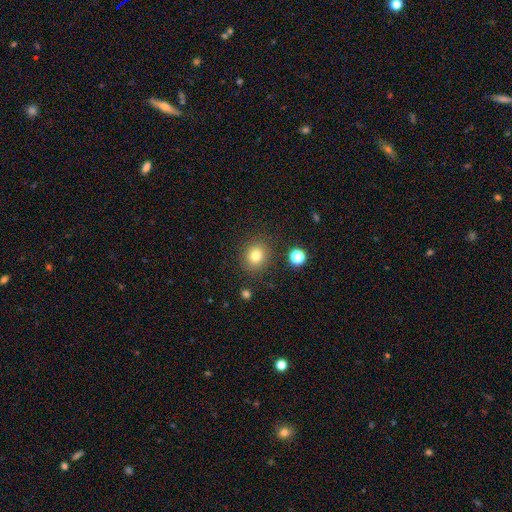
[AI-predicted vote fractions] Smooth or featured? Predicted: smooth (p=0.79). How rounded? Predicted: round (p=0.82). Merging? Predicted: none (p=0.87).